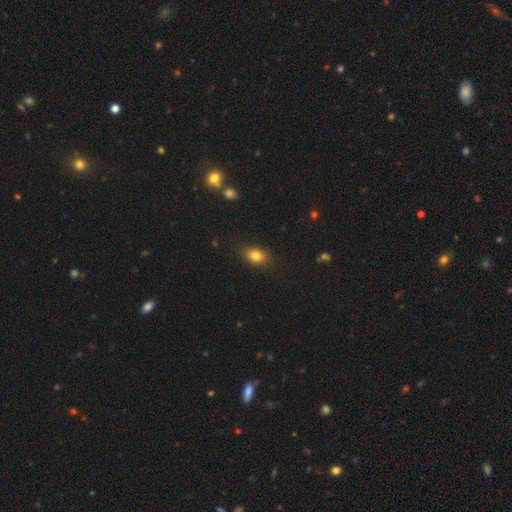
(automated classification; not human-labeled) smooth_or_featured: smooth (p=0.81) [alt: star or artifact p=0.11]
how_rounded: in between (p=0.67) [alt: round p=0.31]
merging: none (p=0.84) [alt: minor disturbance p=0.12]